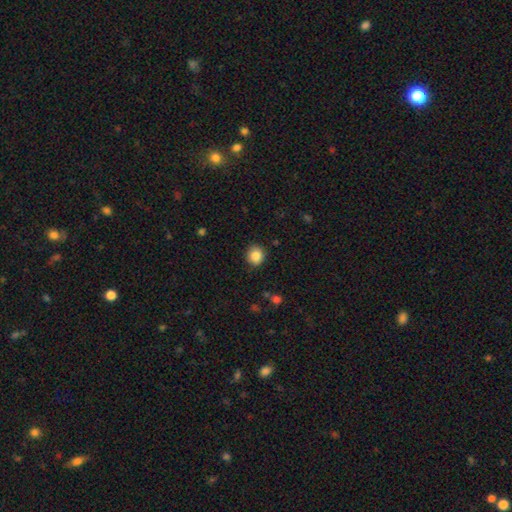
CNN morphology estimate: smooth-or-featured: smooth: 86% | star or artifact: 9% | featured or disk: 4%
  how-rounded: round: 83% | in between: 17% | cigar-shaped: 1%
  merging: none: 86% | minor disturbance: 11% | major disturbance: 2% | merger: 1%